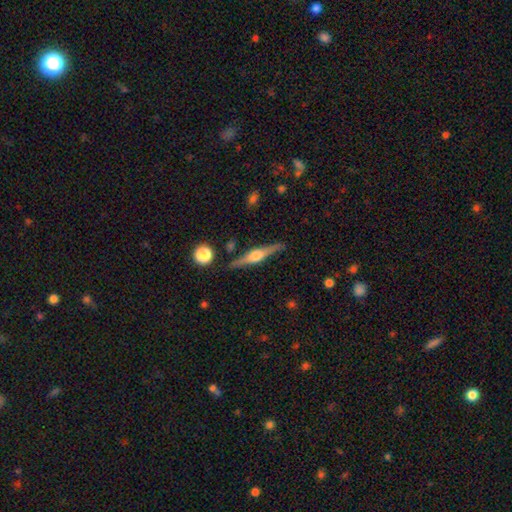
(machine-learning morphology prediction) featured or disk 78%, smooth 16%, star or artifact 6%. Down the decision tree: edge-on disk — yes (98%); edge-on bulge — rounded (90%); merging — none (87%).